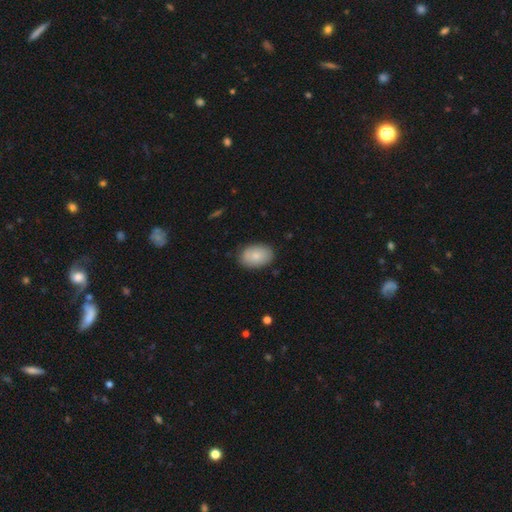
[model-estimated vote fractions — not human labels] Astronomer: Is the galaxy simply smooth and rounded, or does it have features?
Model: smooth — 81%.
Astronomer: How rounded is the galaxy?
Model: in between — 87%.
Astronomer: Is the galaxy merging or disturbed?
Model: none — 85%.